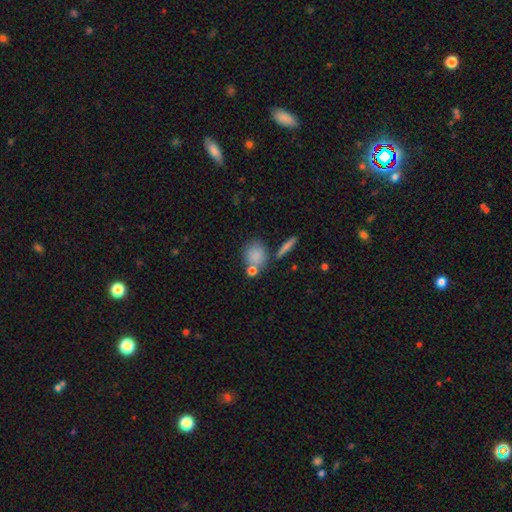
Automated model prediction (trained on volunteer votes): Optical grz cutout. It shows a smooth galaxy with no disk features (83%) that is round (72%). Merging: none (62%).